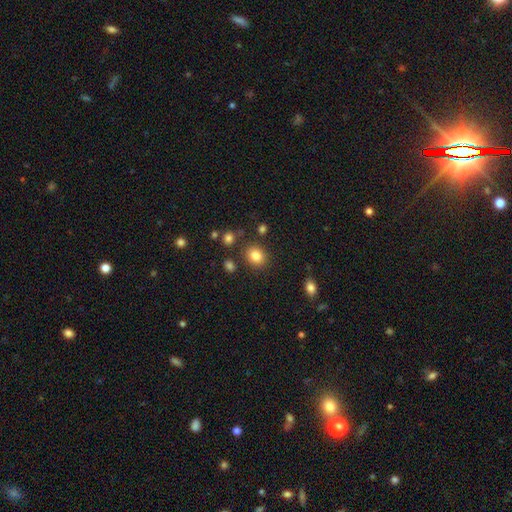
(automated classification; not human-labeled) This appears to be a smooth galaxy with no disk features (83%) that is round (66%). Merging: none (84%).